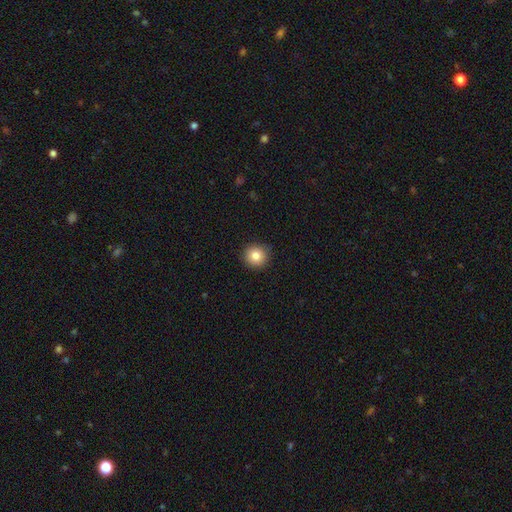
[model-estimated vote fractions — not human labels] The model was most divided on "smooth or featured": smooth: 83%, star or artifact: 10%, featured or disk: 7%. More confident: how rounded — round (93%); merging — none (90%).